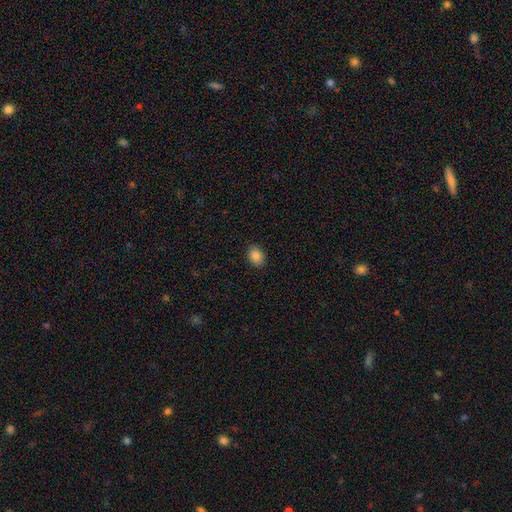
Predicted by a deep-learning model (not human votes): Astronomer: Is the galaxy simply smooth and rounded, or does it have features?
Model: smooth — 86%.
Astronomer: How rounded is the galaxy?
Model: in between — 70%.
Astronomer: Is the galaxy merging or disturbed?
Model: none — 89%.